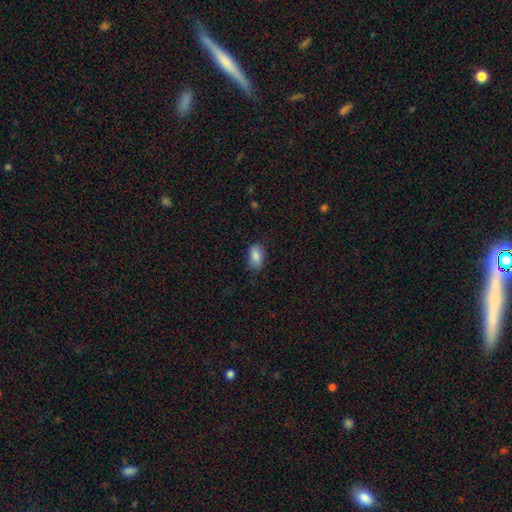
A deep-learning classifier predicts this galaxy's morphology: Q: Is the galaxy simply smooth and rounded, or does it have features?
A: smooth — 86%.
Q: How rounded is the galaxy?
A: in between — 89%.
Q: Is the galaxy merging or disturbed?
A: none — 76%.